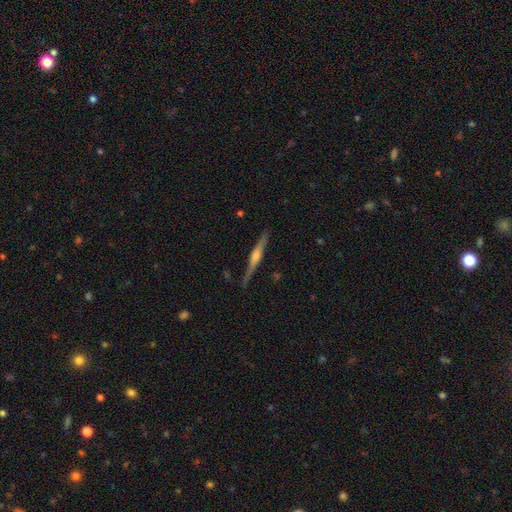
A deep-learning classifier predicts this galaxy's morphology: smooth-or-featured: featured or disk: 81% | smooth: 14% | star or artifact: 5%
  disk-edge-on: yes: 98% | no: 2%
    edge-on-bulge: rounded: 78% | boxy: 14% | none: 8%
  merging: none: 88% | minor disturbance: 9% | major disturbance: 2% | merger: 1%